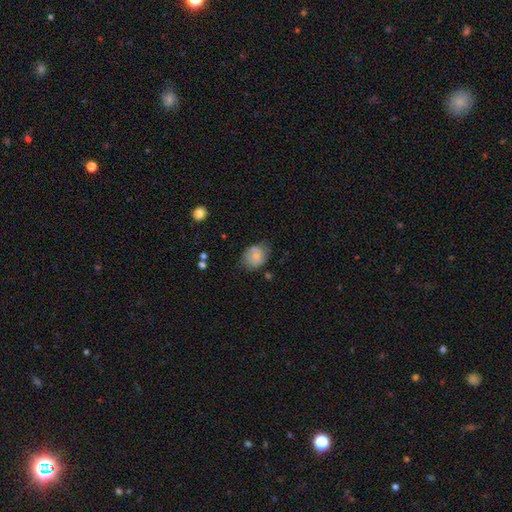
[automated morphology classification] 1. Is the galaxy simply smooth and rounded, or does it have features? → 66% smooth, 26% featured or disk, 8% star or artifact.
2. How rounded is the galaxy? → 63% in between, 35% round, 1% cigar-shaped.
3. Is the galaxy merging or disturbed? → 62% none, 27% minor disturbance, 8% major disturbance, 3% merger.